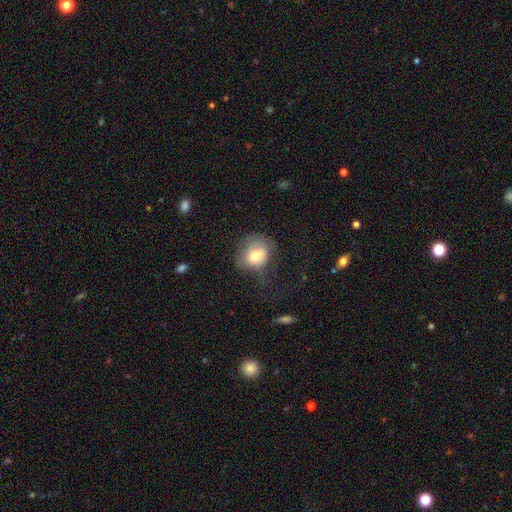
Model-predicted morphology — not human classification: This appears to be a smooth galaxy with no disk features (72%) that is in between round and cigar-shaped (53%). Merging: none (42%).